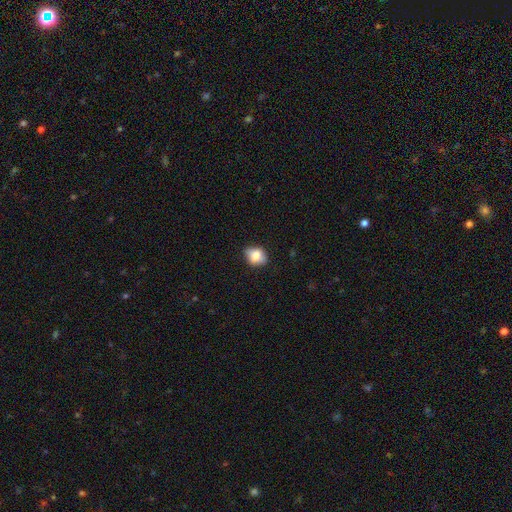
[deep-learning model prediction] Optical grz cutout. It shows a smooth galaxy with no disk features (79%) that is in between round and cigar-shaped (53%). Merging: none (78%).